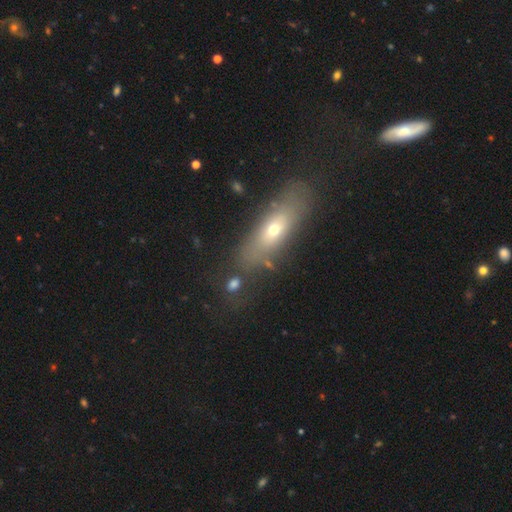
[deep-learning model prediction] Smooth or featured? smooth (51%)
How rounded? in between (48%)
Merging? none (72%)